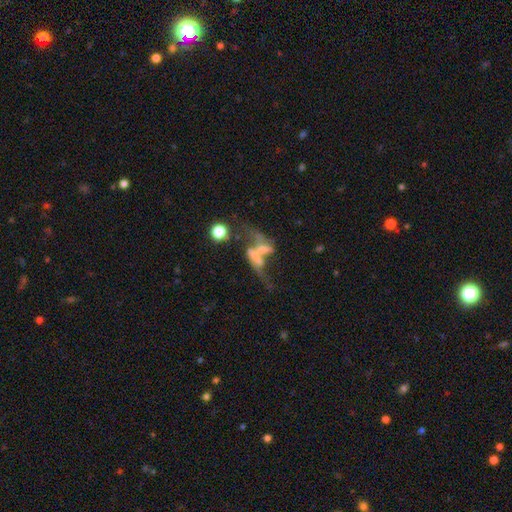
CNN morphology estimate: A featured or disk galaxy (59%). Merging: merger (39%).